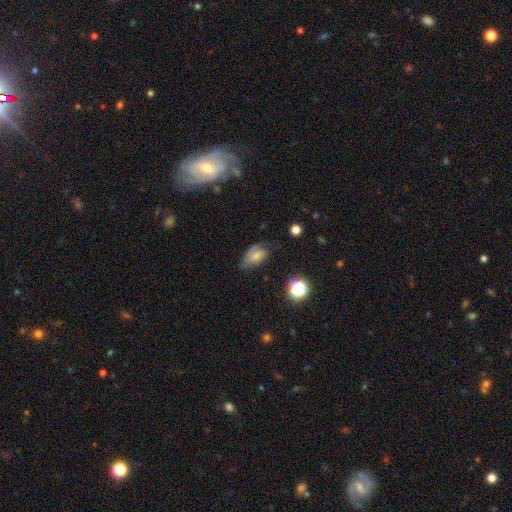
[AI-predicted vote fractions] A smooth galaxy with no disk features (56%) that is in between round and cigar-shaped (85%).

Vote fractions:
- Smooth or featured? smooth: 56% / featured or disk: 32% / star or artifact: 12%
- How rounded? in between: 85% / round: 12% / cigar-shaped: 3%
- Merging? none: 46% / minor disturbance: 33% / major disturbance: 18% / merger: 2%